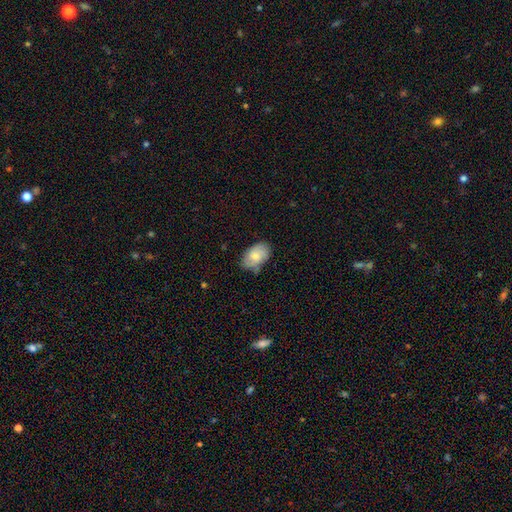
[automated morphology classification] This is likely a smooth galaxy (71%). How rounded: clearly in between (91%). Merging: likely none (65%).